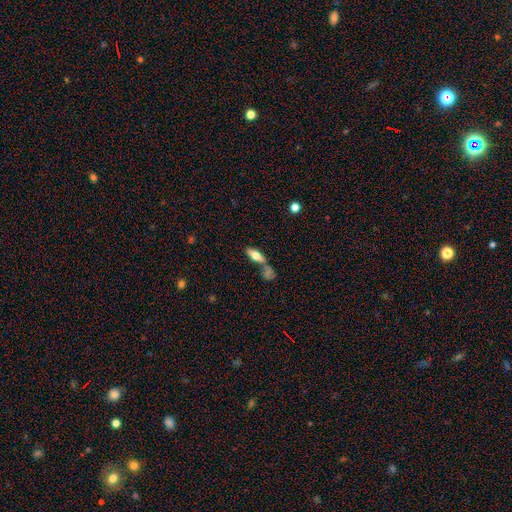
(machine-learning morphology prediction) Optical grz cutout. It shows a smooth galaxy with no disk features (65%) that is in between round and cigar-shaped (71%). Merging: none (42%).